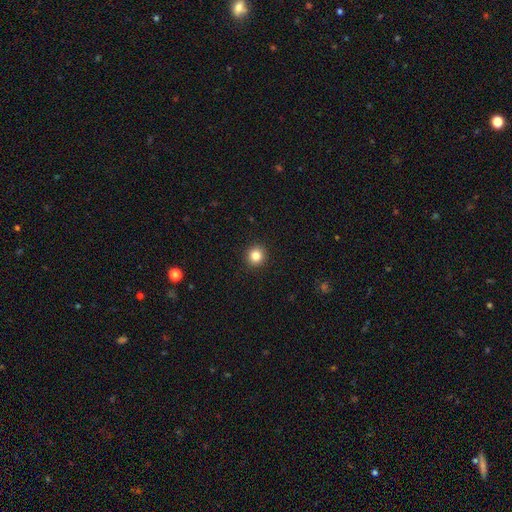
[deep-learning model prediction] This is clearly a smooth galaxy (84%). How rounded: clearly round (93%). Merging: clearly none (93%).